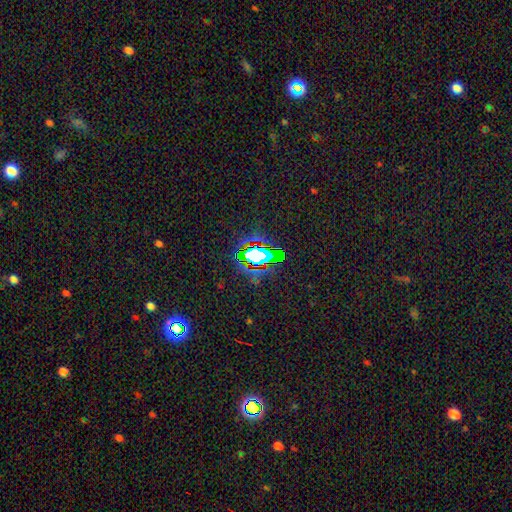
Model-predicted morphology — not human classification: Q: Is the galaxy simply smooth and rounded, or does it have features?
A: star or artifact — 64%.